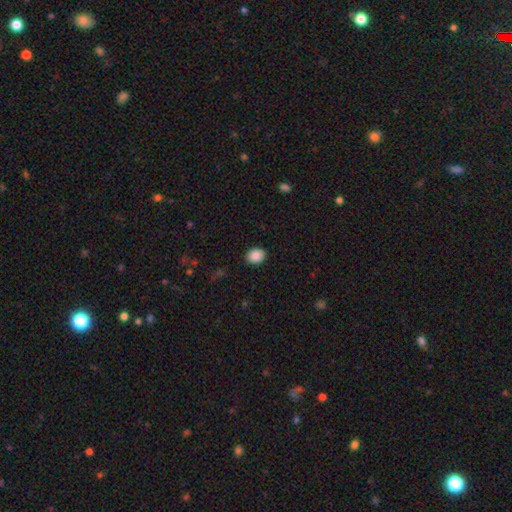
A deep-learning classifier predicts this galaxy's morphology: Q: Smooth or featured?
A: smooth (87%); runner-up: star or artifact (8%)
Q: How rounded?
A: round (55%); runner-up: in between (44%)
Q: Merging?
A: none (90%); runner-up: minor disturbance (7%)